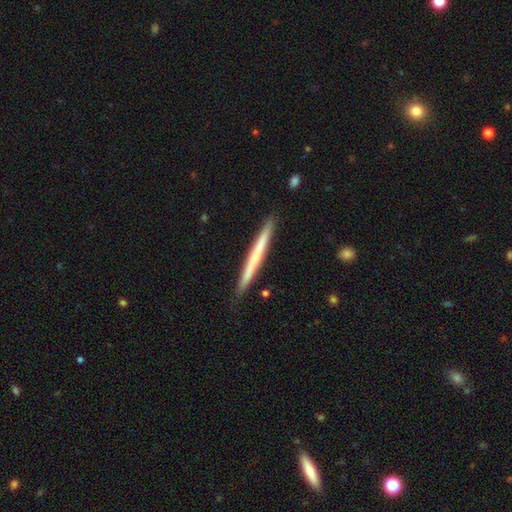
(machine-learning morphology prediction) Overall: smooth (54%; featured or disk 41%). How rounded: cigar-shaped (97%). Merging: none (90%).